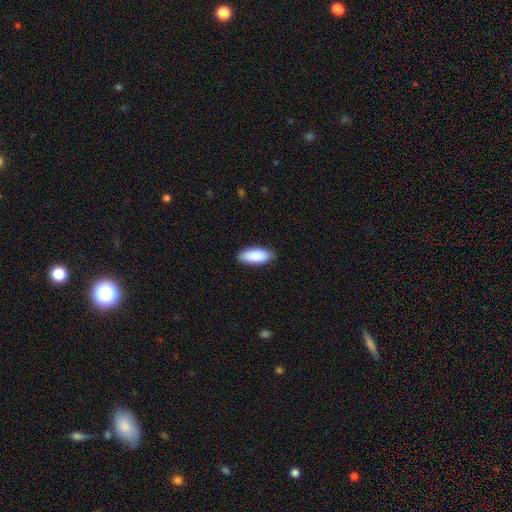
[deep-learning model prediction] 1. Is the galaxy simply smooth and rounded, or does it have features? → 88% smooth, 7% featured or disk, 5% star or artifact.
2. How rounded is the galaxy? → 81% in between, 17% cigar-shaped, 2% round.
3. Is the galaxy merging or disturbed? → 87% none, 11% minor disturbance, 2% major disturbance, 1% merger.